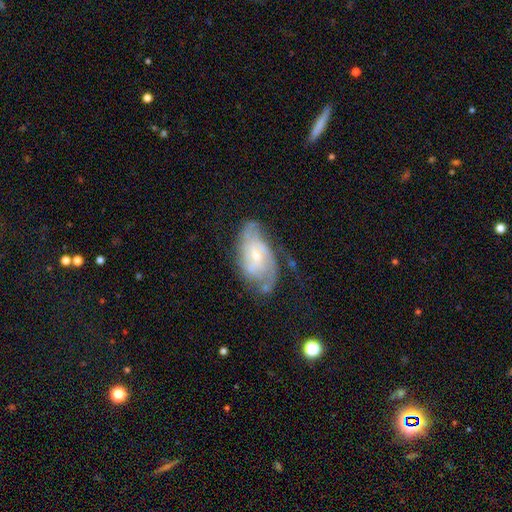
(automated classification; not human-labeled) This appears to be a featured or disk galaxy (81%) with no bar (50%), 2 (35%) tight (46%) spiral arms (92%) and a small central bulge (56%). Merging: none (55%).